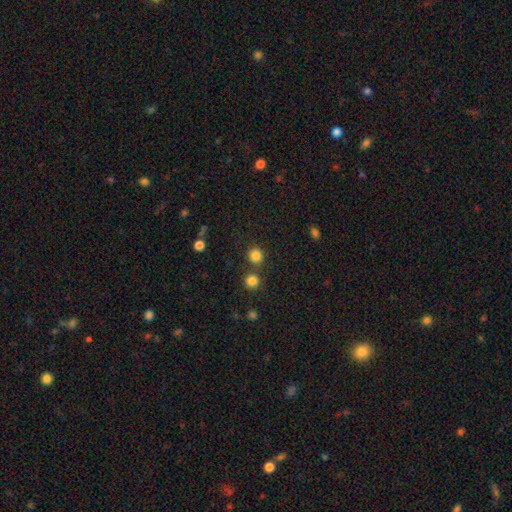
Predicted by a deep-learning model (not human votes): Smooth or featured? Predicted: smooth (p=0.83). How rounded? Predicted: round (p=0.91). Merging? Predicted: none (p=0.80).